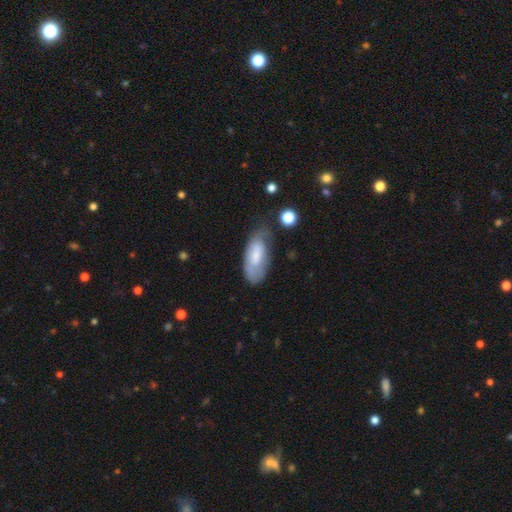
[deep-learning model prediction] This appears to be a smooth galaxy with no disk features (64%) that is in between round and cigar-shaped (86%). Merging: none (45%).